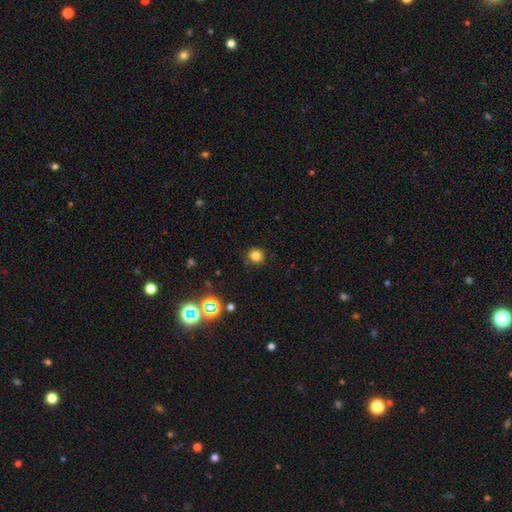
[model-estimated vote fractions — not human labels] Morphology: type=smooth (80%); roundness=round (91%); merging=none (88%).